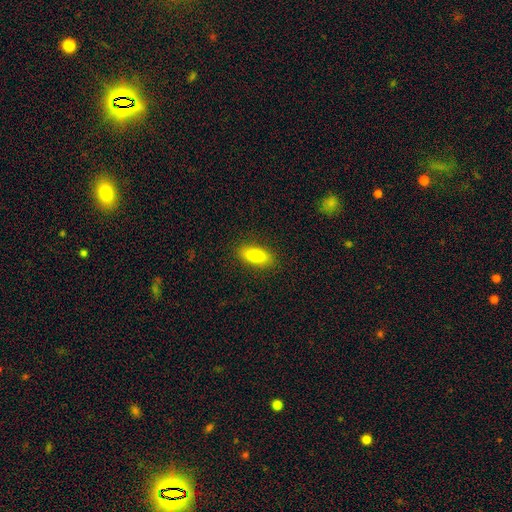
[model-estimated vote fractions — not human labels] Smooth or featured? smooth (80%)
How rounded? in between (81%)
Merging? none (88%)